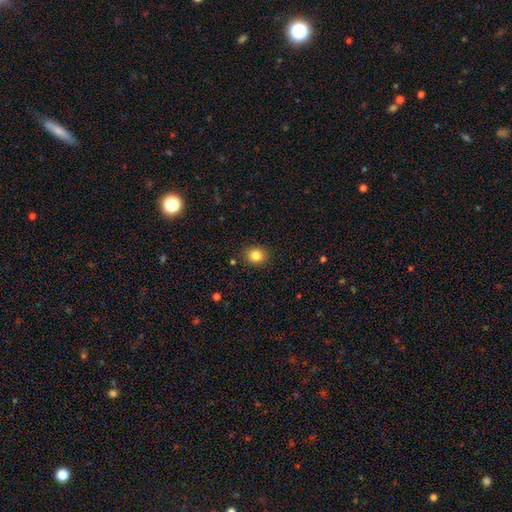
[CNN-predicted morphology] Smooth or featured: smooth — 84% (star or artifact — 11%)
How rounded: round — 67% (in between — 32%)
Merging: none — 89% (minor disturbance — 8%)